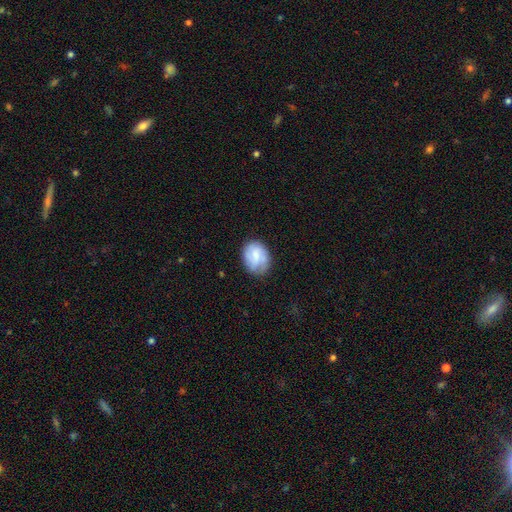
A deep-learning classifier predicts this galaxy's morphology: Smooth or featured? smooth (62%)
How rounded? in between (57%)
Merging? none (67%)